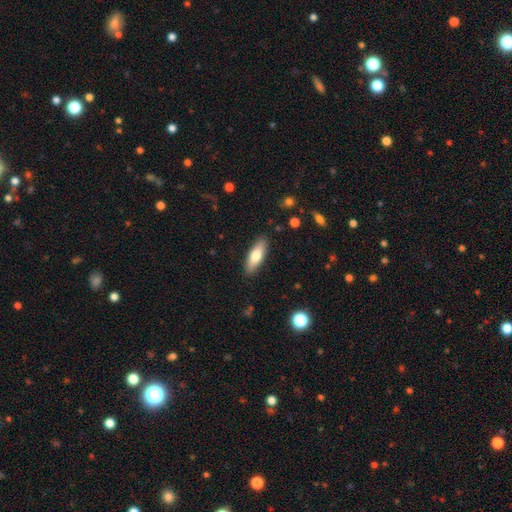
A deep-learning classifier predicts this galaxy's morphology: A smooth galaxy with no disk features (70%) that is in between round and cigar-shaped (55%).

Vote fractions:
- Smooth or featured? smooth: 70% / featured or disk: 24% / star or artifact: 6%
- How rounded? in between: 55% / cigar-shaped: 43% / round: 2%
- Merging? none: 88% / minor disturbance: 9% / major disturbance: 2% / merger: 1%